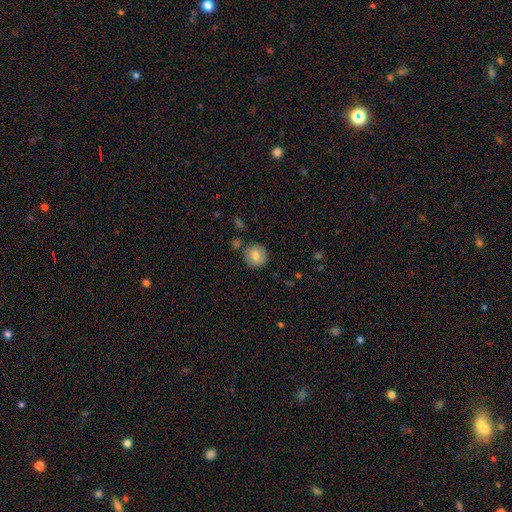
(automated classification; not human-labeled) Smooth or featured? Predicted: smooth (p=0.78). How rounded? Predicted: round (p=0.89). Merging? Predicted: none (p=0.82).